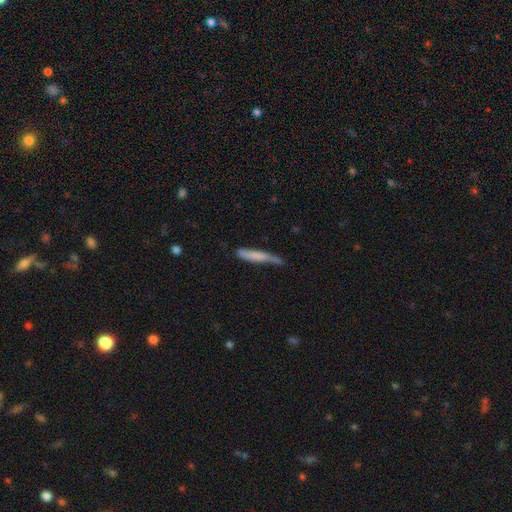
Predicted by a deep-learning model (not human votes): Smooth or featured: smooth — 69% (featured or disk — 25%)
How rounded: cigar-shaped — 92% (in between — 7%)
Merging: none — 51% (minor disturbance — 34%)